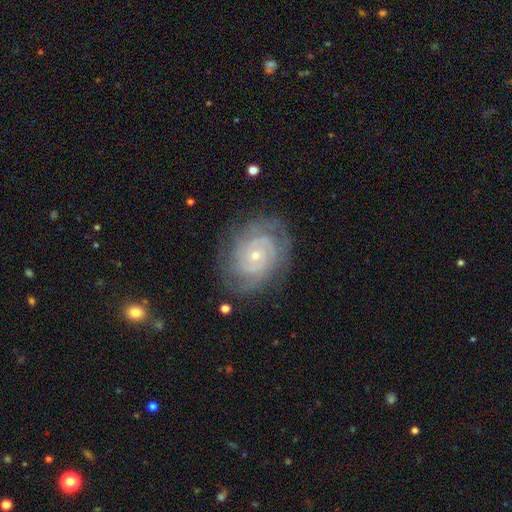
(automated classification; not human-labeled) This appears to be a featured or disk galaxy (86%) with no bar (76%), 2 (29%) tight (74%) spiral arms (96%) and a small central bulge (77%). Merging: none (79%).